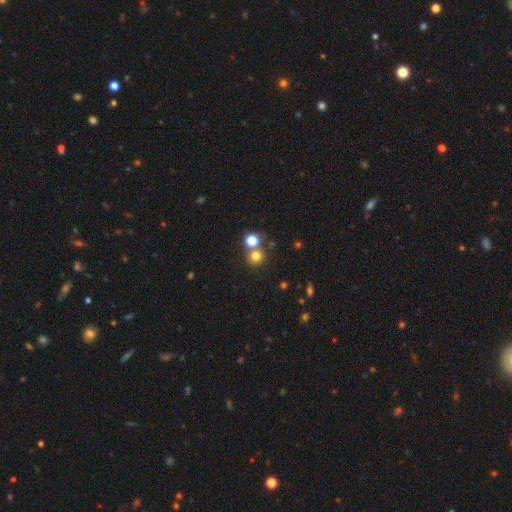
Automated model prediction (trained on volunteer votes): This appears to be a smooth galaxy with no disk features (74%) that is round (92%). Merging: none (68%).